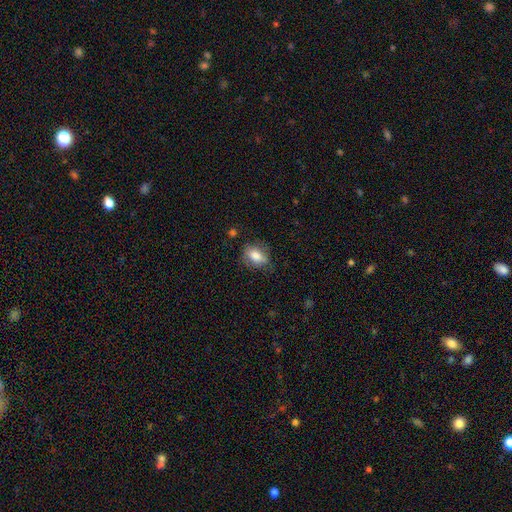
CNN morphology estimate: Overall: smooth (77%). How rounded: in between (81%). Merging: none (66%).